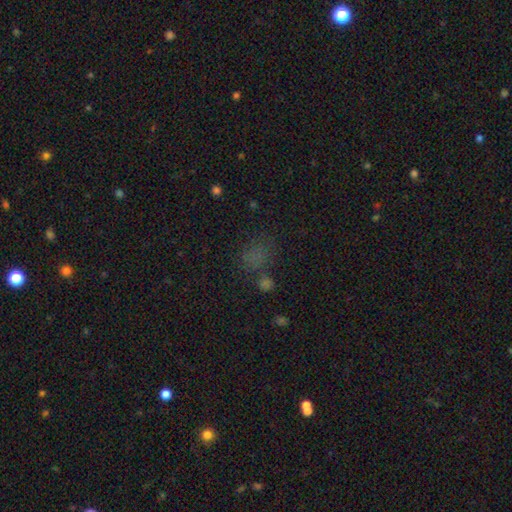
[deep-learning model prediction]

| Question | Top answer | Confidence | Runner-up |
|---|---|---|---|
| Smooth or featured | smooth | 57% | star or artifact (34%) |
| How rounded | round | 51% | in between (46%) |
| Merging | none | 60% | minor disturbance (16%) |